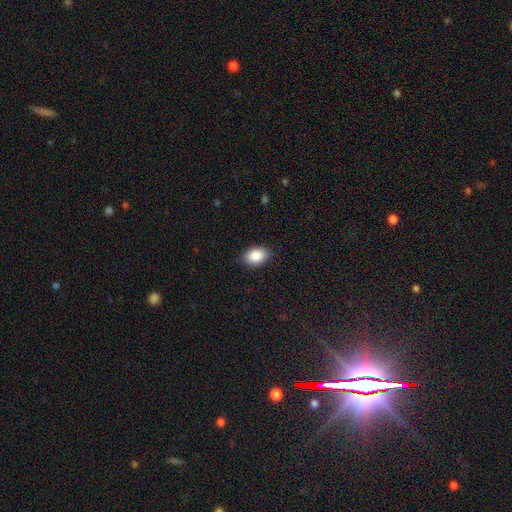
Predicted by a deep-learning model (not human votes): Smooth or featured? Predicted: smooth (p=0.88). How rounded? Predicted: in between (p=0.83). Merging? Predicted: none (p=0.87).